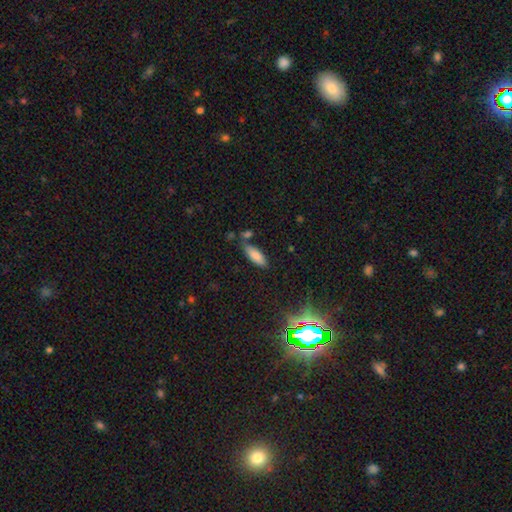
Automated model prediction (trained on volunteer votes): A smooth galaxy with no disk features (82%) that is in between round and cigar-shaped (71%).

Vote fractions:
- Smooth or featured? smooth: 82% / featured or disk: 9% / star or artifact: 9%
- How rounded? in between: 71% / cigar-shaped: 27% / round: 2%
- Merging? none: 68% / minor disturbance: 17% / merger: 11% / major disturbance: 4%